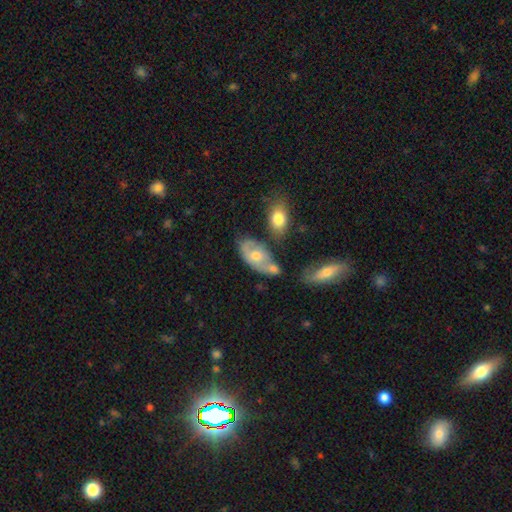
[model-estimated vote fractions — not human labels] This appears to be a smooth galaxy with no disk features (47%). Merging: none (41%).